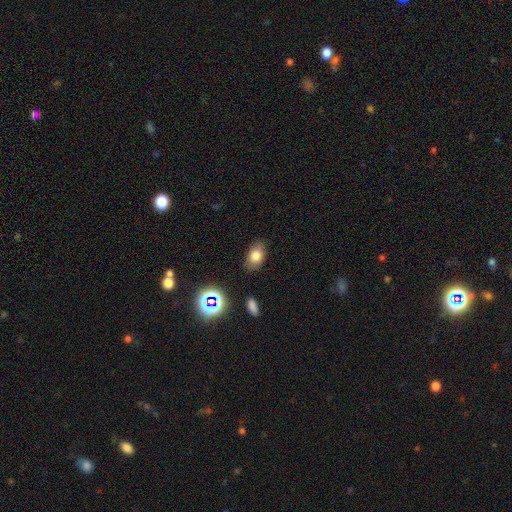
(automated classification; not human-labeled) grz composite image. It shows a smooth galaxy with no disk features (77%) that is in between round and cigar-shaped (85%). Merging: none (83%).